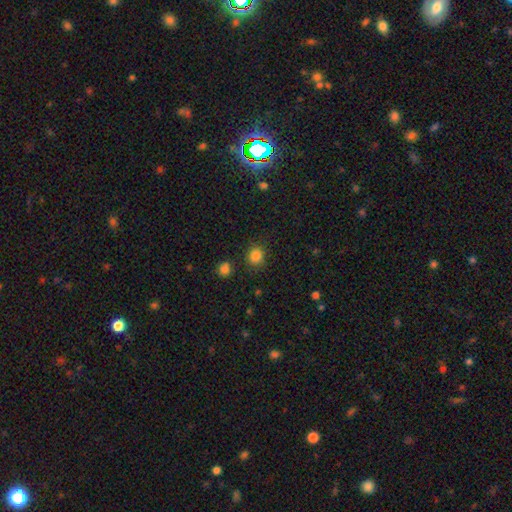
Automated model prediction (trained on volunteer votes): Morphology: type=smooth (84%); roundness=round (82%); merging=none (84%).